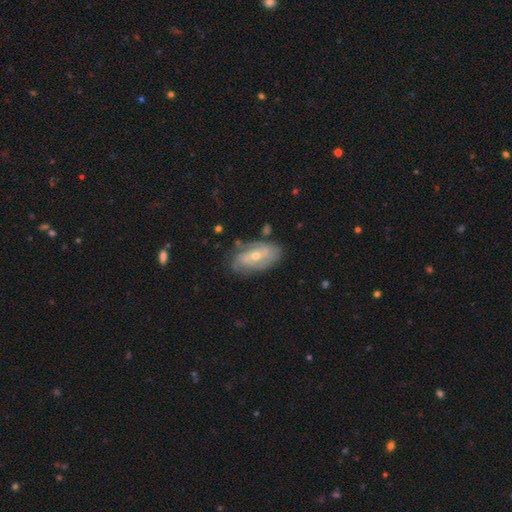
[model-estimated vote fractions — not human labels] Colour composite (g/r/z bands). It shows a featured or disk galaxy (71%) with no bar (57%), 2 (42%) tight (50%) spiral arms (80%) and a moderate central bulge (50%). Merging: none (66%).